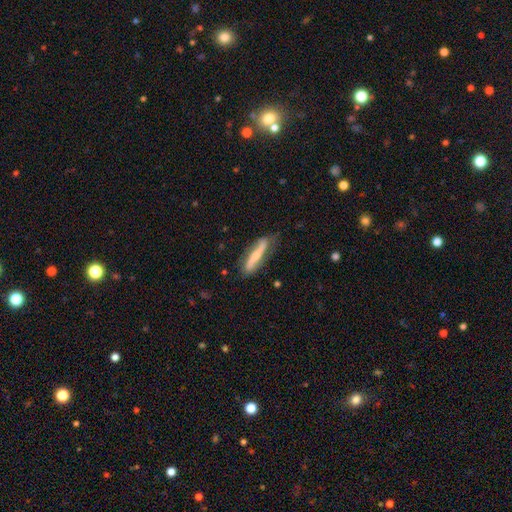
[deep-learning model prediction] A featured or disk galaxy (57%) viewed edge-on (55%).

Vote fractions:
- Smooth or featured? featured or disk: 57% / smooth: 37% / star or artifact: 6%
- Edge-on disk? yes: 55% / no: 45%
- Merging? none: 74% / minor disturbance: 19% / major disturbance: 5% / merger: 2%